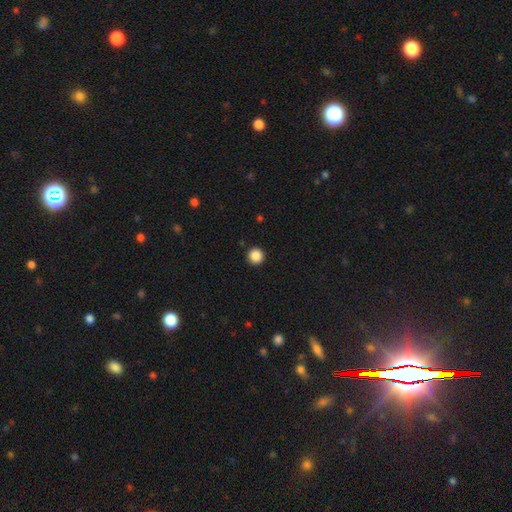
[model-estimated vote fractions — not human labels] Overall: smooth (87%). How rounded: round (96%). Merging: none (93%).